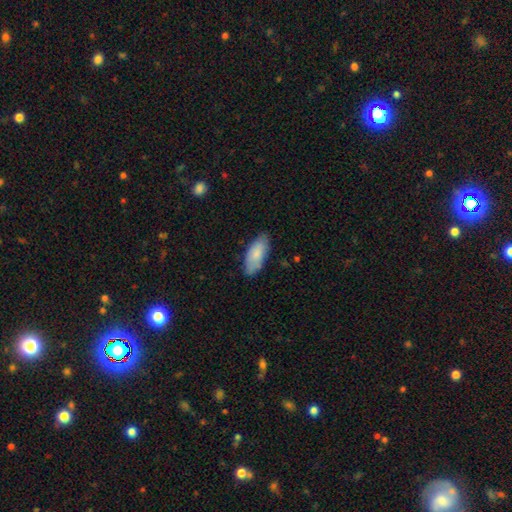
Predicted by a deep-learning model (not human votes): Morphology: type=smooth (81%); roundness=in between (85%); merging=none (76%).